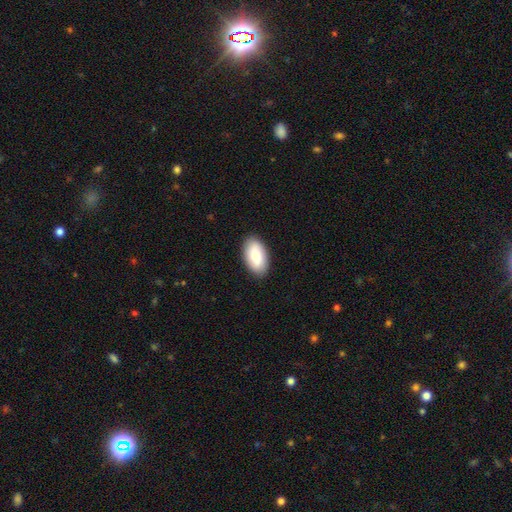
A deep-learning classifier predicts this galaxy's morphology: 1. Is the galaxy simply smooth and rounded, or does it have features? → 81% smooth, 13% featured or disk, 6% star or artifact.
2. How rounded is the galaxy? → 95% in between, 3% round, 2% cigar-shaped.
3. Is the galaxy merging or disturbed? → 89% none, 8% minor disturbance, 2% major disturbance, 1% merger.